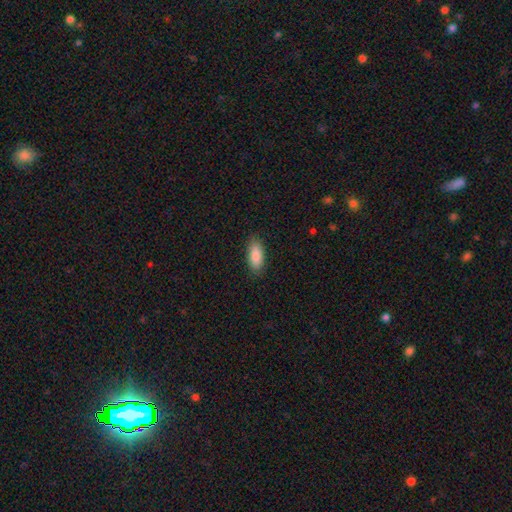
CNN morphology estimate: Q: Smooth or featured?
A: smooth (87%); runner-up: featured or disk (6%)
Q: How rounded?
A: in between (83%); runner-up: cigar-shaped (15%)
Q: Merging?
A: none (87%); runner-up: minor disturbance (10%)